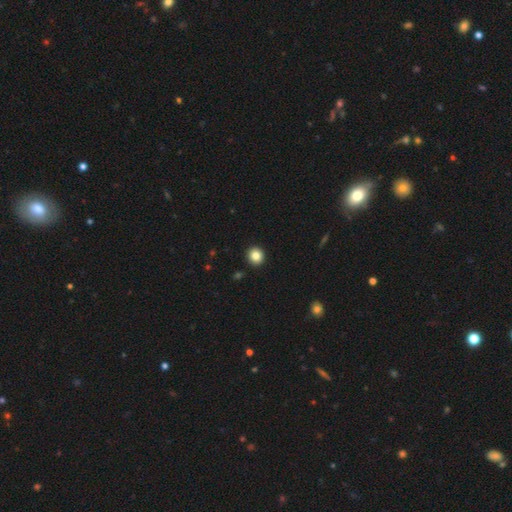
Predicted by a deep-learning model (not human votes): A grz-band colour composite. It shows a smooth galaxy with no disk features (85%) that is round (92%). Merging: none (94%).